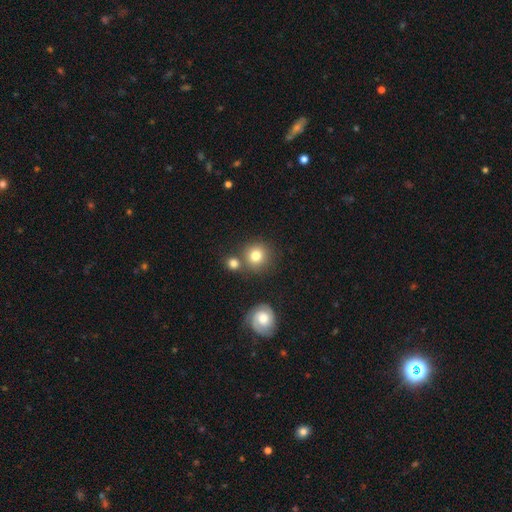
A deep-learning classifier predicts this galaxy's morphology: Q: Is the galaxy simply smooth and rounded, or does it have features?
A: smooth — 79%.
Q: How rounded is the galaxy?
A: round — 90%.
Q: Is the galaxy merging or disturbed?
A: none — 72%.